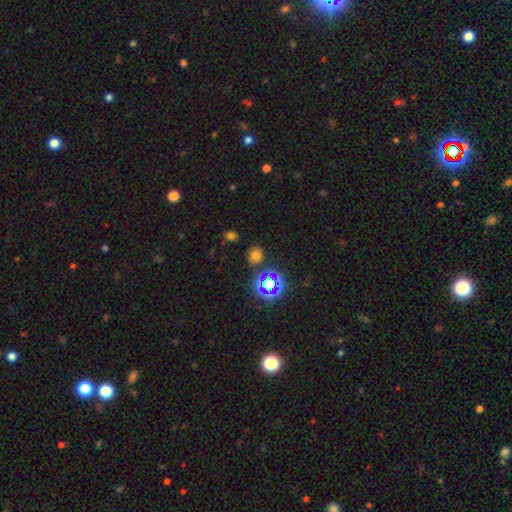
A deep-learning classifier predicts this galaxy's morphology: Smooth or featured? Predicted: smooth (p=0.63). How rounded? Predicted: round (p=0.71). Merging? Predicted: none (p=0.80).